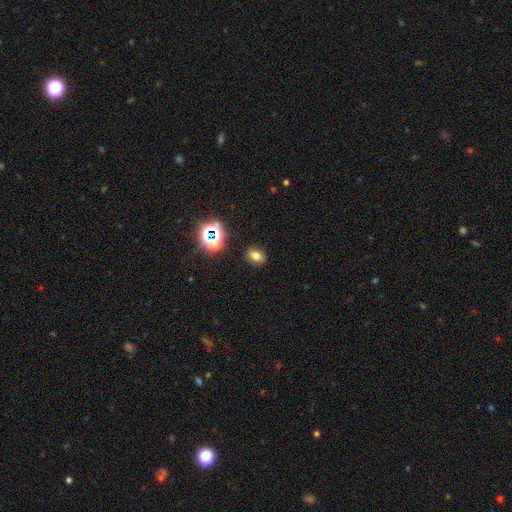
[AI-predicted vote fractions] Smooth or featured: smooth — 67% (star or artifact — 22%)
How rounded: in between — 68% (round — 30%)
Merging: none — 87% (minor disturbance — 8%)